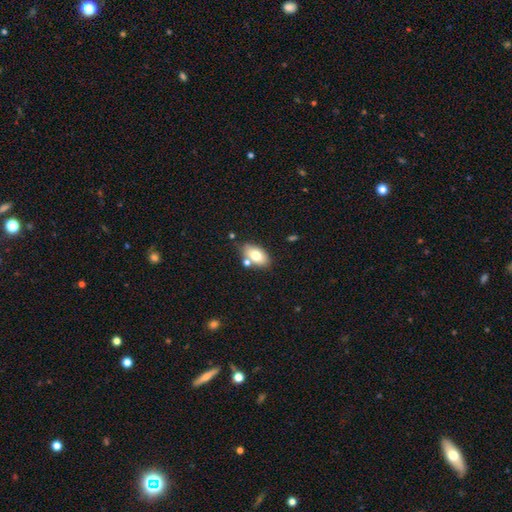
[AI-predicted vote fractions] Overall: smooth (73%). How rounded: in between (90%). Merging: none (67%).